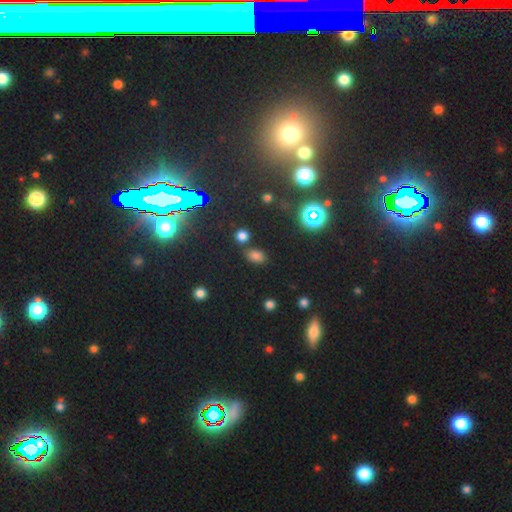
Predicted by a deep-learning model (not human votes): This is likely a smooth galaxy (69%). How rounded: likely in between (78%). Merging: likely none (75%).